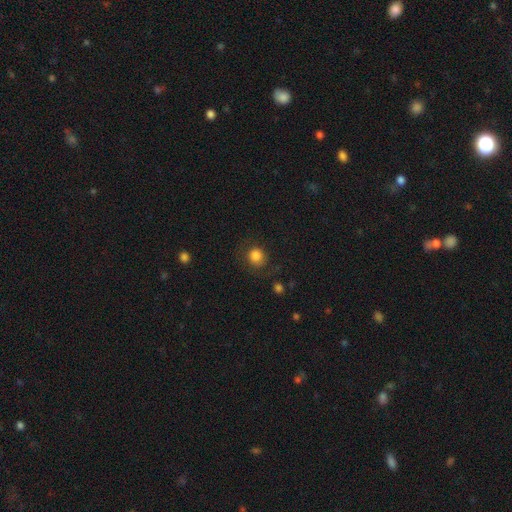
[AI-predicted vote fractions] smooth 82%, star or artifact 10%, featured or disk 8%. Down the decision tree: how rounded — round (86%); merging — none (77%).